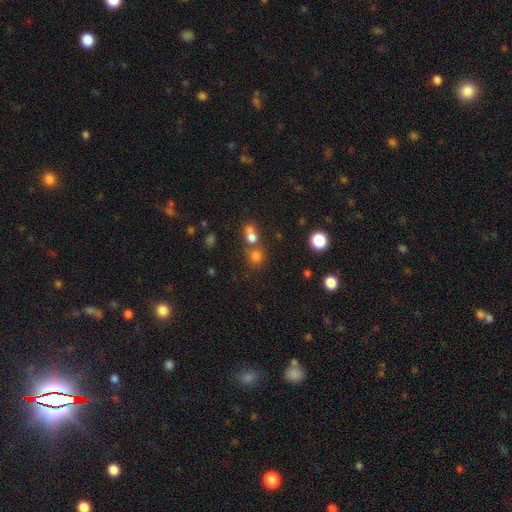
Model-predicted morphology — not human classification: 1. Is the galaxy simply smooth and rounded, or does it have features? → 69% smooth, 21% star or artifact, 10% featured or disk.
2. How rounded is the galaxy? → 83% round, 16% in between, 2% cigar-shaped.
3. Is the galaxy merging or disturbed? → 50% none, 39% merger, 7% minor disturbance, 4% major disturbance.